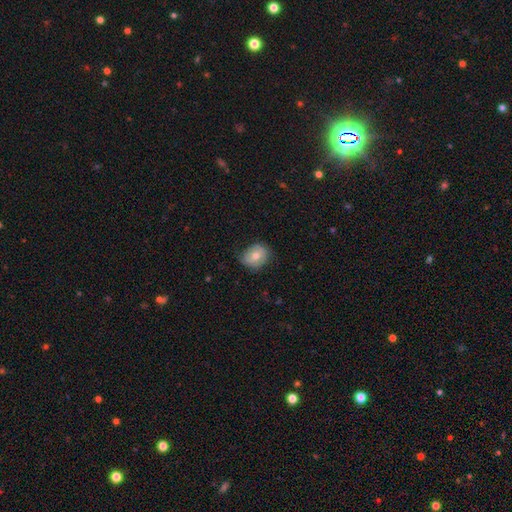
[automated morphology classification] smooth 62%, featured or disk 30%, star or artifact 8%. Down the decision tree: how rounded — round (58%); merging — none (65%).